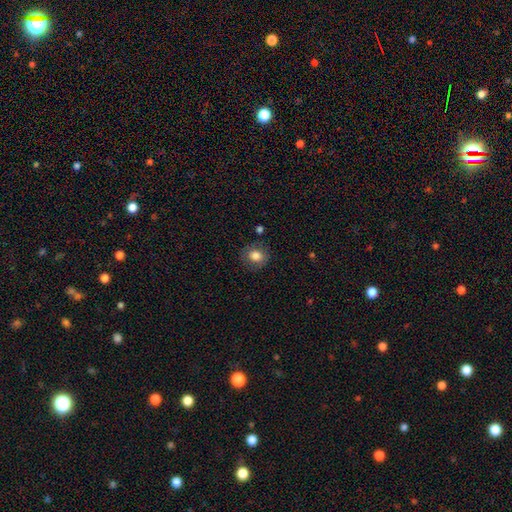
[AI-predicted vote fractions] Overall: smooth (81%). How rounded: round (73%). Merging: none (83%).